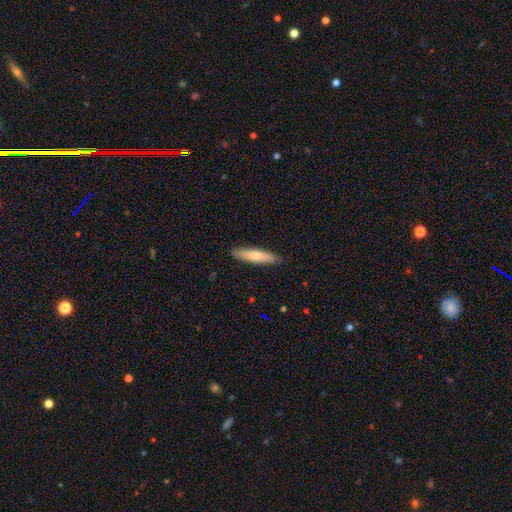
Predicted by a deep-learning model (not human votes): smooth_or_featured: smooth (p=0.70) [alt: featured or disk p=0.25]
how_rounded: cigar-shaped (p=0.80) [alt: in between p=0.18]
merging: none (p=0.88) [alt: minor disturbance p=0.09]